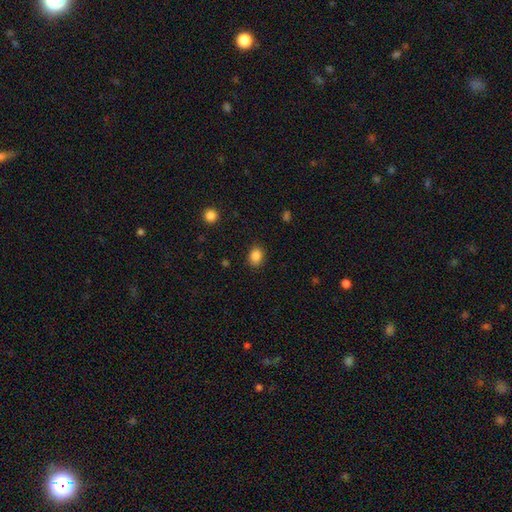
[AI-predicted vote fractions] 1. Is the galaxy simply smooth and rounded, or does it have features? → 86% smooth, 10% star or artifact, 4% featured or disk.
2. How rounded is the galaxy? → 53% in between, 46% round, 1% cigar-shaped.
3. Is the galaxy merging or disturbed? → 87% none, 9% minor disturbance, 3% major disturbance, 1% merger.